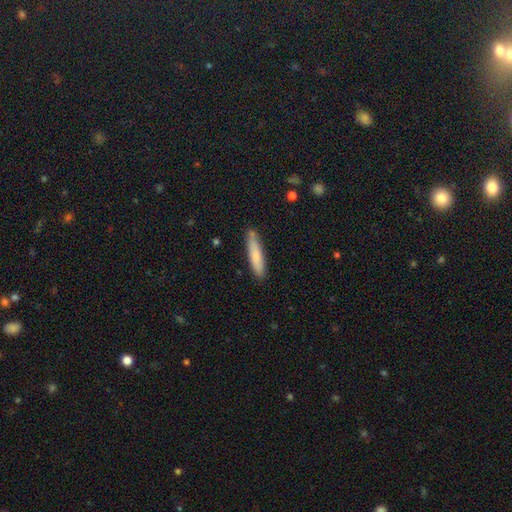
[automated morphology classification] Smooth or featured? Predicted: smooth (p=0.74). How rounded? Predicted: cigar-shaped (p=0.88). Merging? Predicted: none (p=0.81).